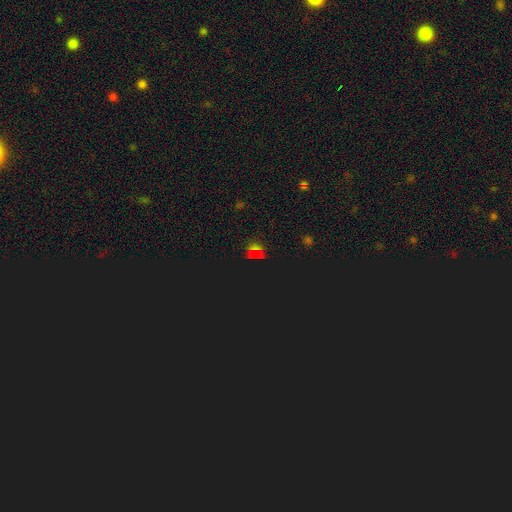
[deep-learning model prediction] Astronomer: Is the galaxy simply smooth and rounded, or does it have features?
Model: star or artifact — 71%.